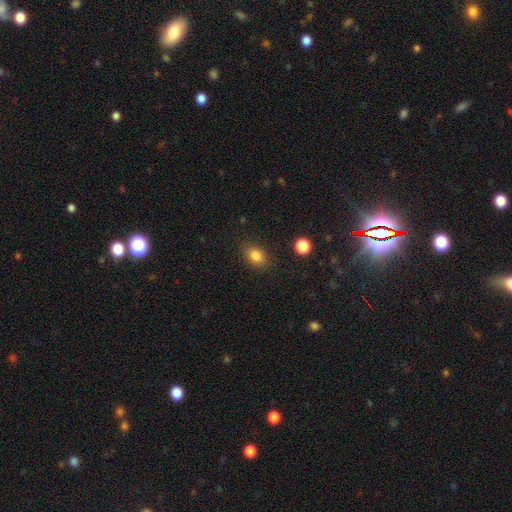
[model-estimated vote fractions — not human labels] The model was most divided on "how rounded": in between: 76%, round: 22%, cigar-shaped: 2%. More confident: smooth or featured — smooth (85%); merging — none (83%).